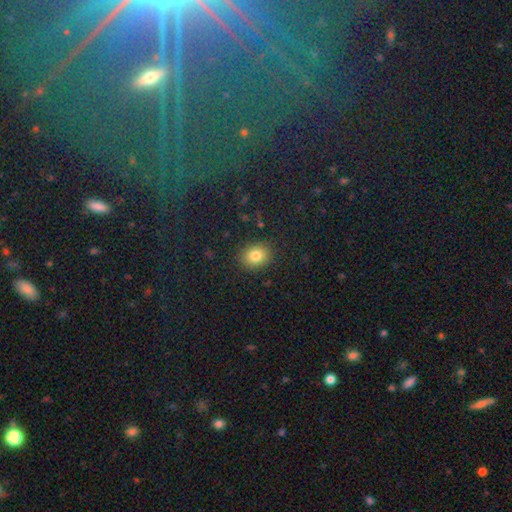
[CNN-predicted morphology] smooth-or-featured: smooth: 82% | star or artifact: 11% | featured or disk: 7%
  how-rounded: round: 53% | in between: 46% | cigar-shaped: 1%
  merging: none: 87% | minor disturbance: 9% | major disturbance: 3% | merger: 1%